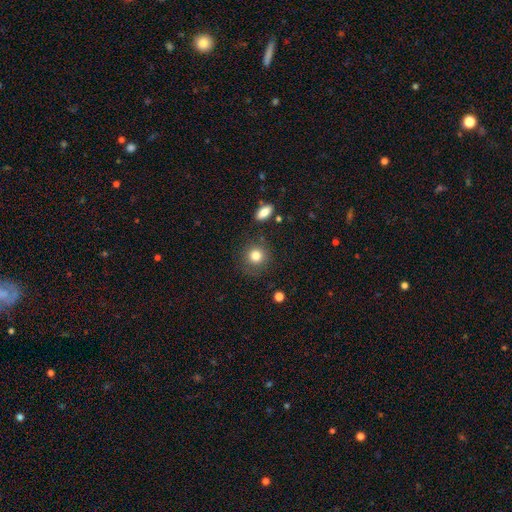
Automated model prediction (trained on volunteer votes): Smooth or featured: smooth — 82% (star or artifact — 10%)
How rounded: round — 89% (in between — 10%)
Merging: none — 81% (minor disturbance — 12%)